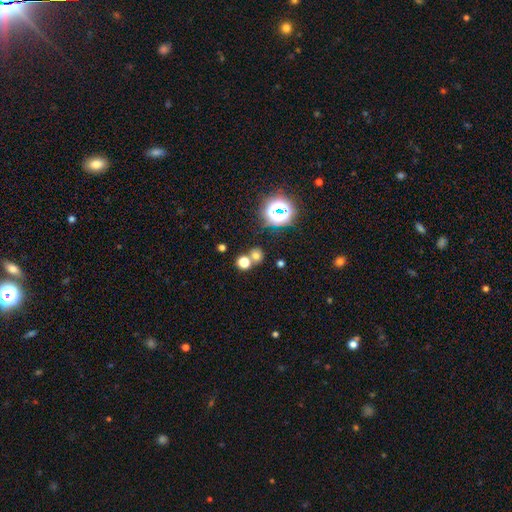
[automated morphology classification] Q: Smooth or featured?
A: smooth (61%); runner-up: star or artifact (30%)
Q: How rounded?
A: round (83%); runner-up: in between (16%)
Q: Merging?
A: none (65%); runner-up: merger (25%)